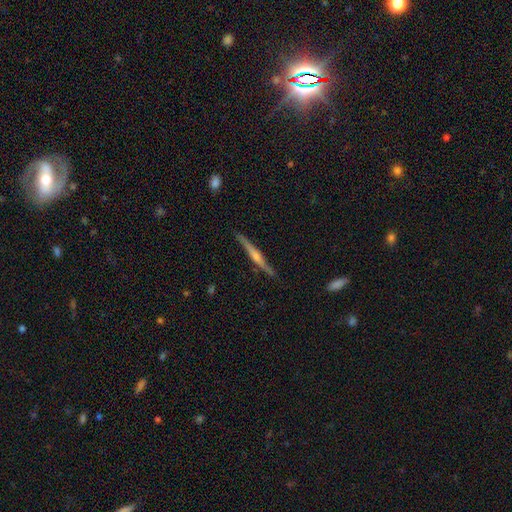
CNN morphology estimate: A featured or disk galaxy (81%) viewed edge-on (98%) with a rounded central bulge (80%). Merging: none (89%).